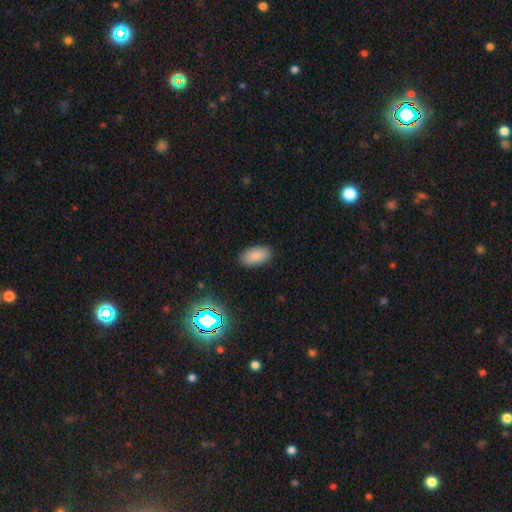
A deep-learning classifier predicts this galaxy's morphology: smooth 86%, star or artifact 9%, featured or disk 5%. Down the decision tree: how rounded — in between (94%); merging — none (88%).